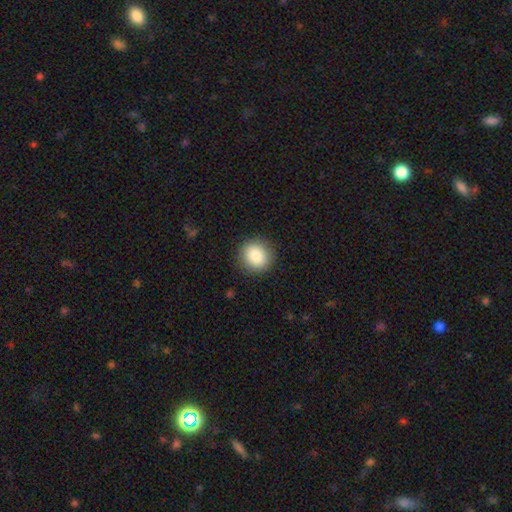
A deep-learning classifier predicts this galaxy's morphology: Overall: smooth (85%). How rounded: round (89%). Merging: none (90%).